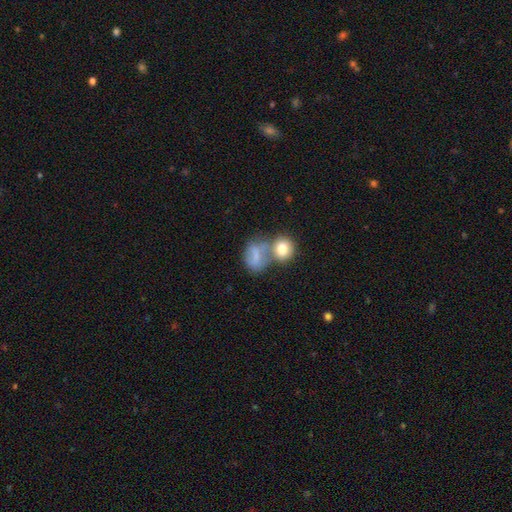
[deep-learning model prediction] smooth-or-featured: smooth: 66% | featured or disk: 23% | star or artifact: 11%
  how-rounded: in between: 61% | round: 37% | cigar-shaped: 2%
  merging: merger: 49% | none: 27% | minor disturbance: 14% | major disturbance: 10%